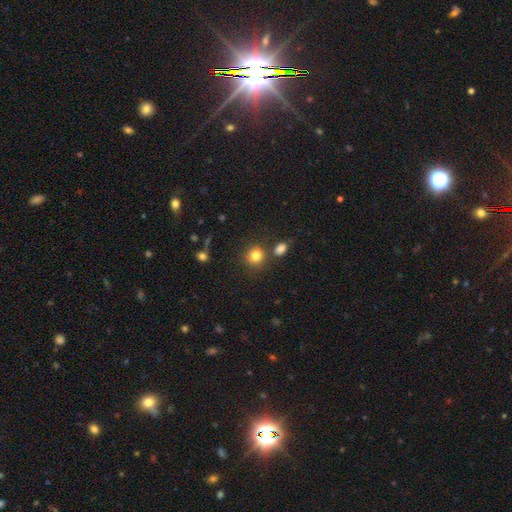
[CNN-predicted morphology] A smooth galaxy with no disk features (81%) that is round (85%). Merging: none (75%).